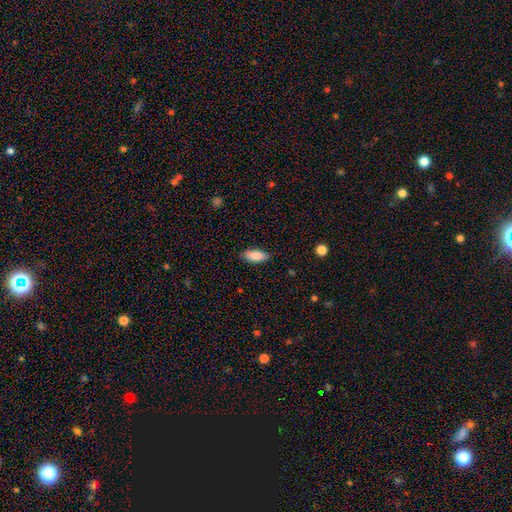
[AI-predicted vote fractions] The model was most divided on "how rounded": in between: 82%, cigar-shaped: 16%, round: 2%. More confident: smooth or featured — smooth (86%); merging — none (85%).